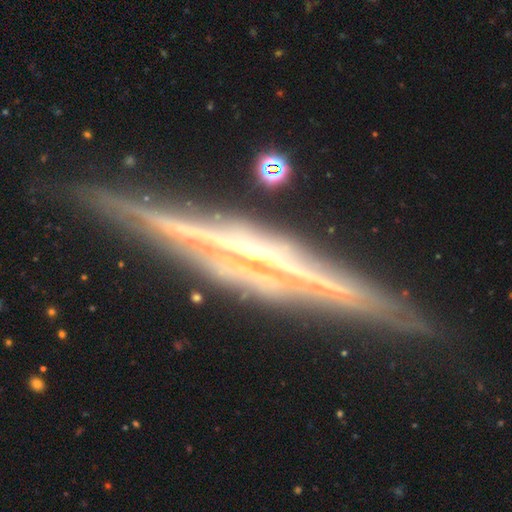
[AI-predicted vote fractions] The model was most divided on "edge-on bulge": rounded: 47%, none: 32%, boxy: 22%. More confident: edge-on disk — yes (97%); merging — none (88%); smooth or featured — featured or disk (88%).